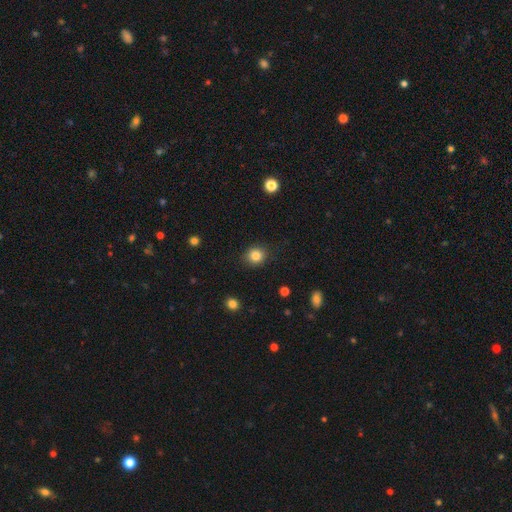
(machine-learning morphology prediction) The model was most divided on "how rounded": round: 80%, in between: 19%, cigar-shaped: 1%. More confident: merging — none (87%); smooth or featured — smooth (84%).